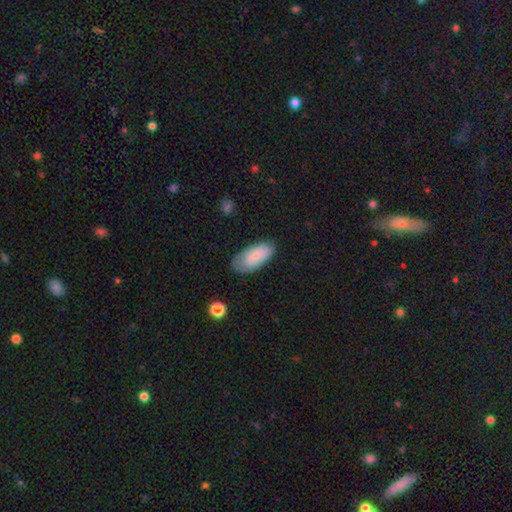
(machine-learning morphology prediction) A smooth galaxy with no disk features (81%) that is in between round and cigar-shaped (90%).

Vote fractions:
- Smooth or featured? smooth: 81% / featured or disk: 12% / star or artifact: 7%
- How rounded? in between: 90% / cigar-shaped: 8% / round: 2%
- Merging? none: 71% / minor disturbance: 22% / major disturbance: 5% / merger: 2%